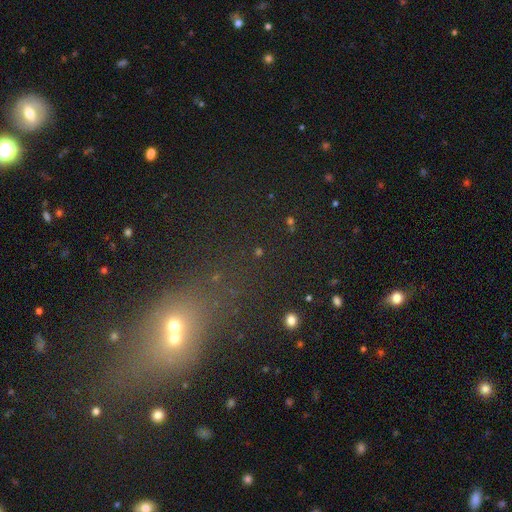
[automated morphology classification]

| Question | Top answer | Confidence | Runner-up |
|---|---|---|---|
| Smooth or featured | star or artifact | 47% | smooth (35%) |